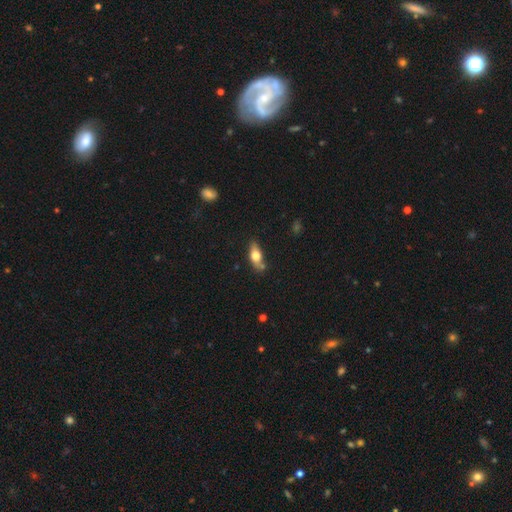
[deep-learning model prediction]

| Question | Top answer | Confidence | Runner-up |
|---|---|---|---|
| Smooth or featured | smooth | 58% | featured or disk (34%) |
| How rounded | in between | 69% | cigar-shaped (24%) |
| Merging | none | 65% | minor disturbance (22%) |